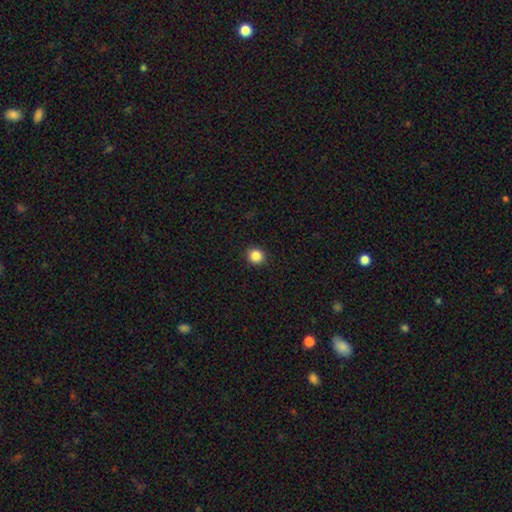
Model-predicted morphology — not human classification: The model was most divided on "smooth or featured": smooth: 86%, star or artifact: 10%, featured or disk: 4%. More confident: merging — none (92%); how rounded — round (89%).